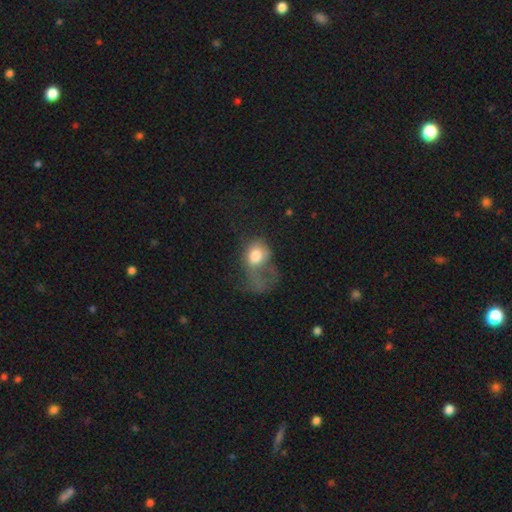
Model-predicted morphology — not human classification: smooth_or_featured: smooth (p=0.67) [alt: featured or disk p=0.24]
how_rounded: in between (p=0.56) [alt: round p=0.43]
merging: major disturbance (p=0.69) [alt: minor disturbance p=0.14]